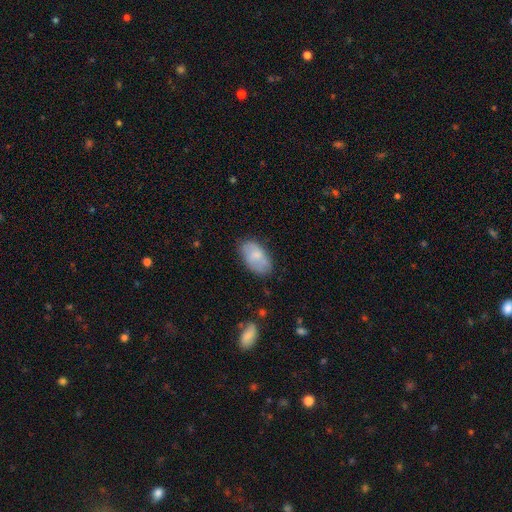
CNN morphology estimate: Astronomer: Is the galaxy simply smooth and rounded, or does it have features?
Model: smooth — 71%.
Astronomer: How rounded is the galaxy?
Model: in between — 94%.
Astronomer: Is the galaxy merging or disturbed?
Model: none — 67%.